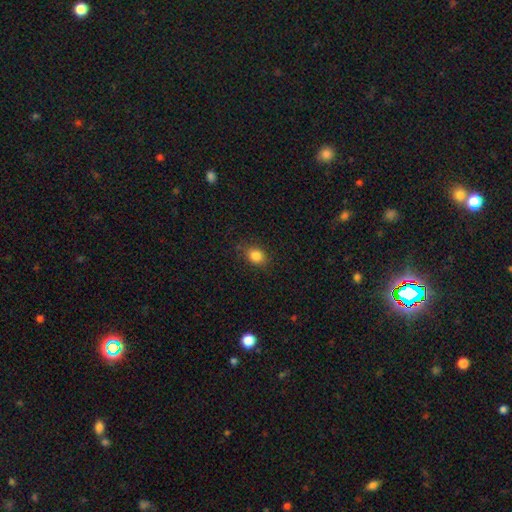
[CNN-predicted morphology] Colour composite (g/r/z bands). It shows a smooth galaxy with no disk features (84%) that is in between round and cigar-shaped (51%). Merging: none (83%).